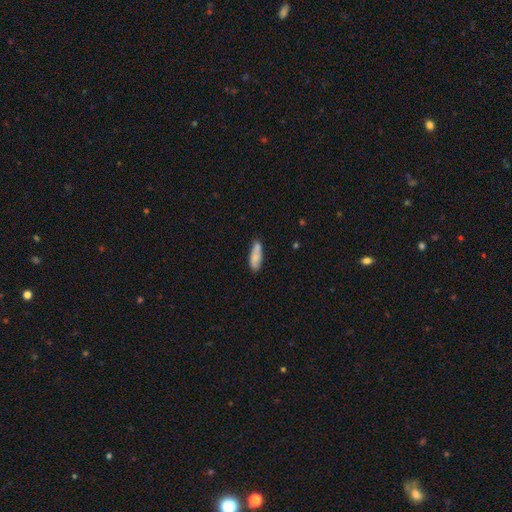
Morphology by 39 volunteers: smooth_or_featured: smooth (p=0.82) [alt: featured or disk p=0.13]
how_rounded: cigar-shaped (p=0.56) [alt: in between p=0.44]
merging: none (p=0.57) [alt: minor disturbance p=0.22]